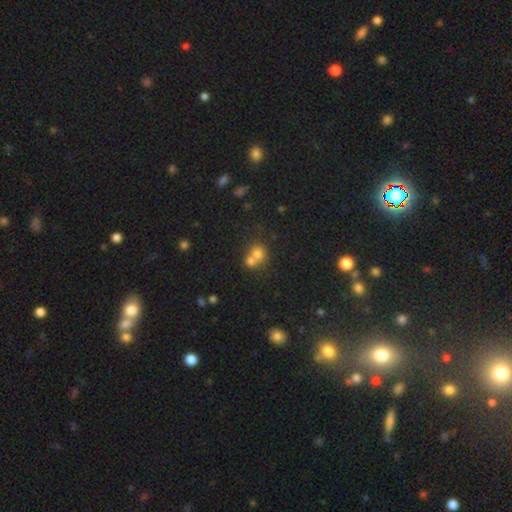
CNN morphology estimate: A smooth galaxy with no disk features (70%) that is round (76%).

Vote fractions:
- Smooth or featured? smooth: 70% / featured or disk: 15% / star or artifact: 14%
- How rounded? round: 76% / in between: 23% / cigar-shaped: 1%
- Merging? merger: 62% / none: 30% / minor disturbance: 6% / major disturbance: 3%